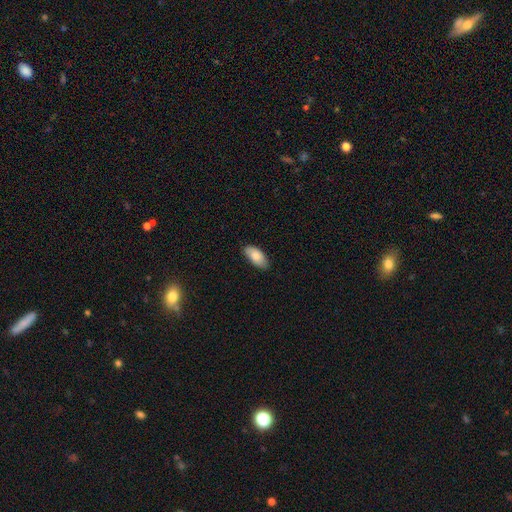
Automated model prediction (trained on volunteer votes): This is clearly a smooth galaxy (85%). How rounded: clearly in between (91%). Merging: clearly none (83%).